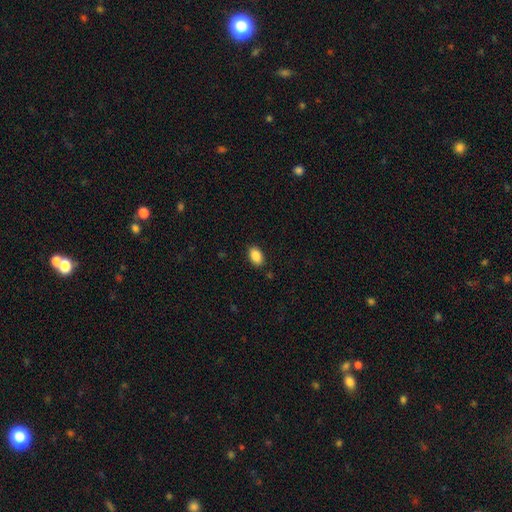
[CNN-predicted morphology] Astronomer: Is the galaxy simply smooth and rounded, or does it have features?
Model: smooth — 89%.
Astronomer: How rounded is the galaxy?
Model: in between — 90%.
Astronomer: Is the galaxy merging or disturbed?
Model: none — 87%.